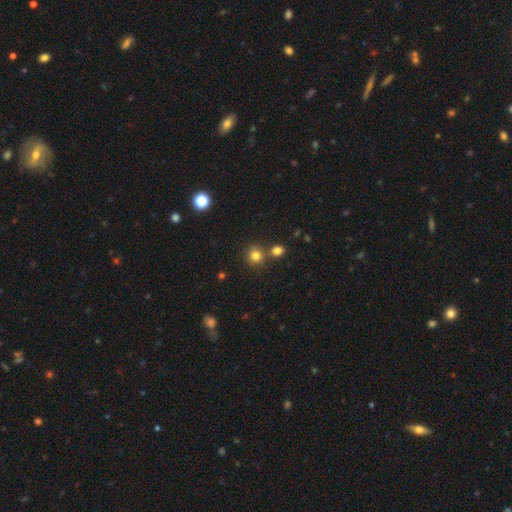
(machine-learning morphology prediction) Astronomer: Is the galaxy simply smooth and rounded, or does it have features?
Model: smooth — 80%.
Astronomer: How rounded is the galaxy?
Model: round — 91%.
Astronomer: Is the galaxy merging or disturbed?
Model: none — 72%.